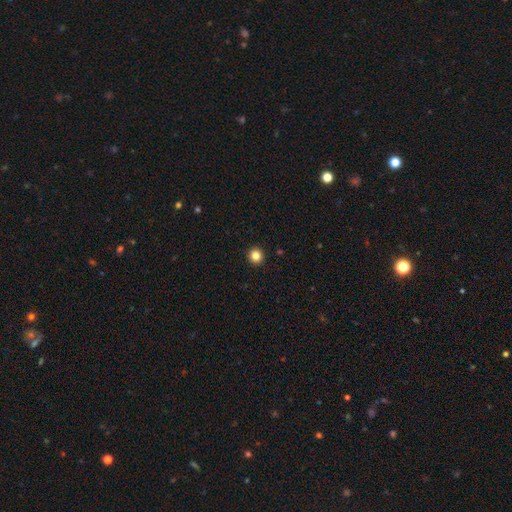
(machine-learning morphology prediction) This is clearly a smooth galaxy (84%). How rounded: clearly round (95%). Merging: clearly none (94%).